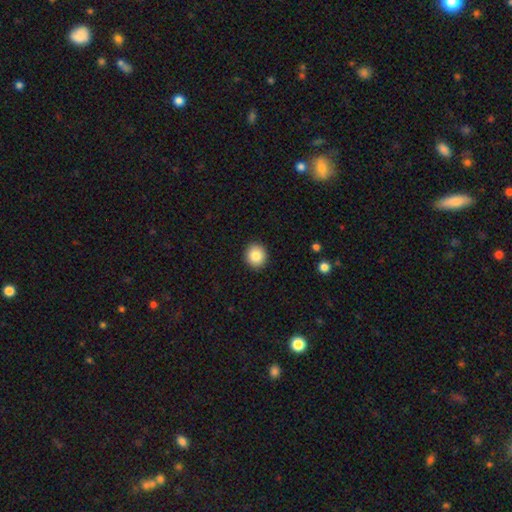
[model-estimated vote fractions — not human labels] The model was most divided on "how rounded": round: 87%, in between: 12%, cigar-shaped: 1%. More confident: merging — none (92%); smooth or featured — smooth (85%).